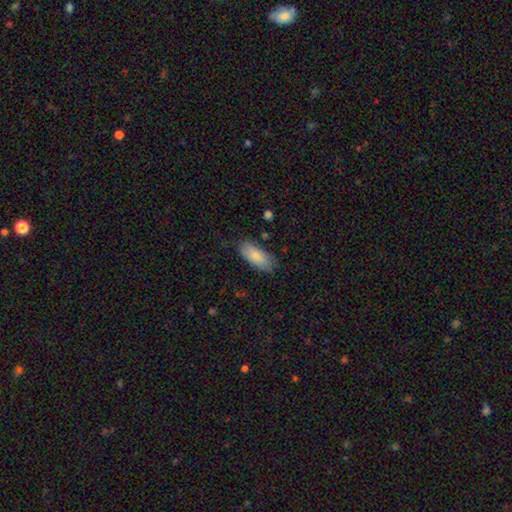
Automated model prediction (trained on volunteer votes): Smooth or featured: smooth — 83% (featured or disk — 11%)
How rounded: in between — 86% (cigar-shaped — 13%)
Merging: none — 78% (minor disturbance — 17%)